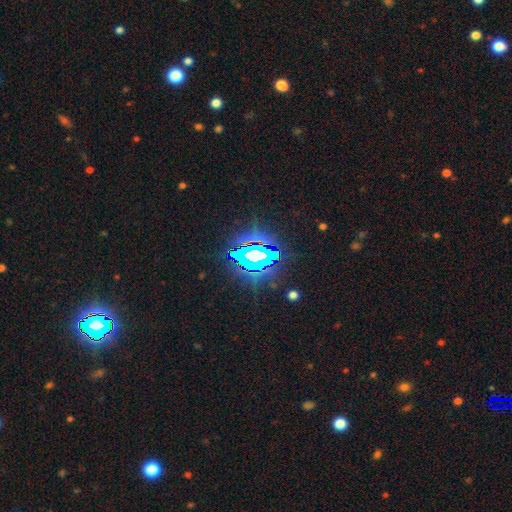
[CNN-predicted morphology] A star or artifact, not a galaxy (71%).